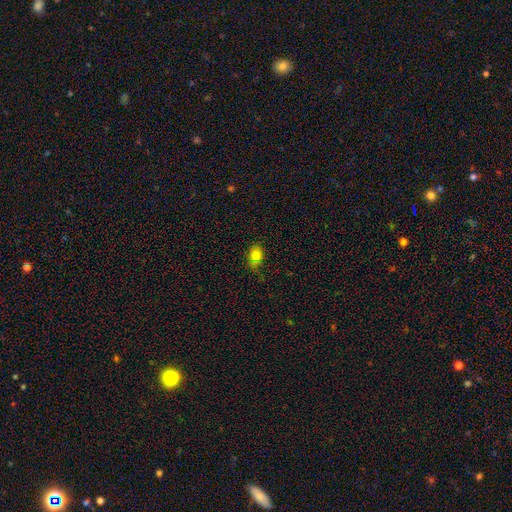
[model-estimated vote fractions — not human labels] Smooth or featured: smooth — 80% (star or artifact — 12%)
How rounded: in between — 66% (round — 33%)
Merging: none — 62% (minor disturbance — 27%)